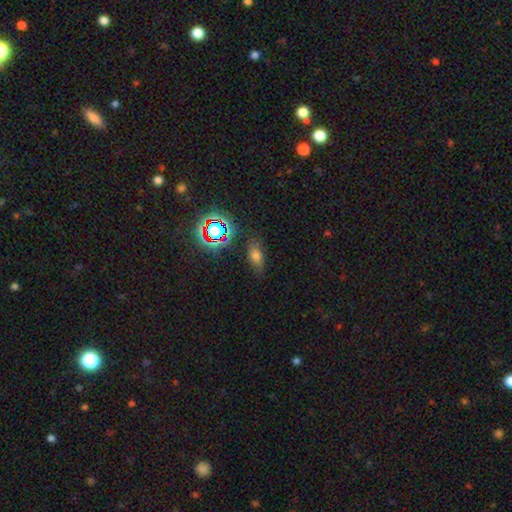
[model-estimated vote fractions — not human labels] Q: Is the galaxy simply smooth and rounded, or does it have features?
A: smooth — 66%.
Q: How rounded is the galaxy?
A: in between — 81%.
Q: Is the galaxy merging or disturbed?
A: none — 79%.